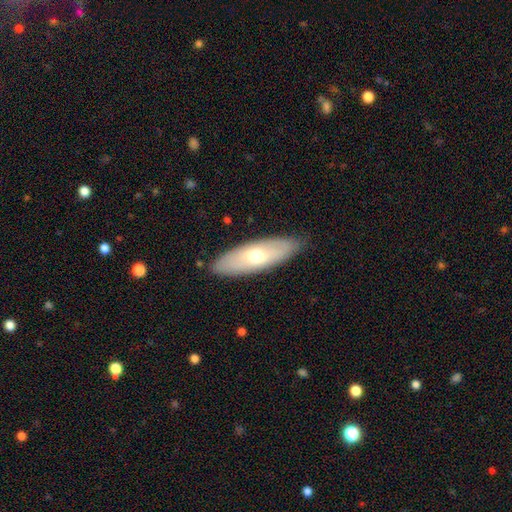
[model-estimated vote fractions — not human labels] Smooth or featured: smooth — 55% (featured or disk — 39%)
How rounded: in between — 57% (cigar-shaped — 41%)
Merging: none — 87% (minor disturbance — 10%)